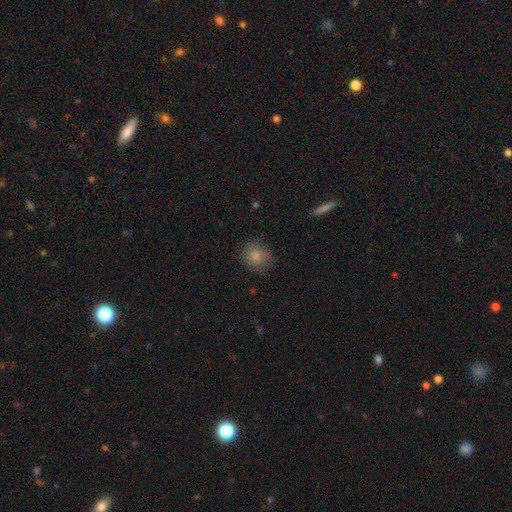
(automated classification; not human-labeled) smooth 83%, star or artifact 10%, featured or disk 8%. Down the decision tree: how rounded — round (80%); merging — none (80%).